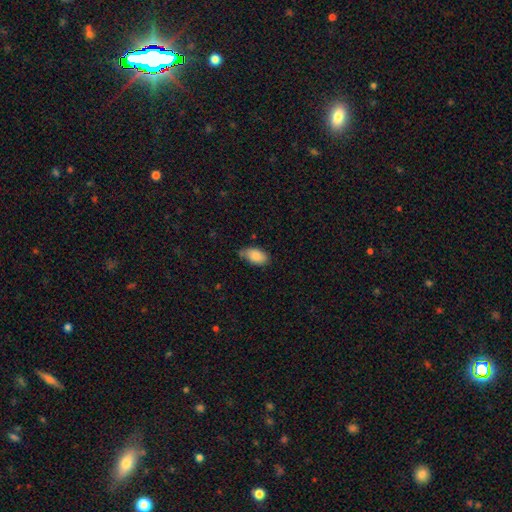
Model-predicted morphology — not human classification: Smooth or featured? smooth (87%)
How rounded? in between (93%)
Merging? none (65%)